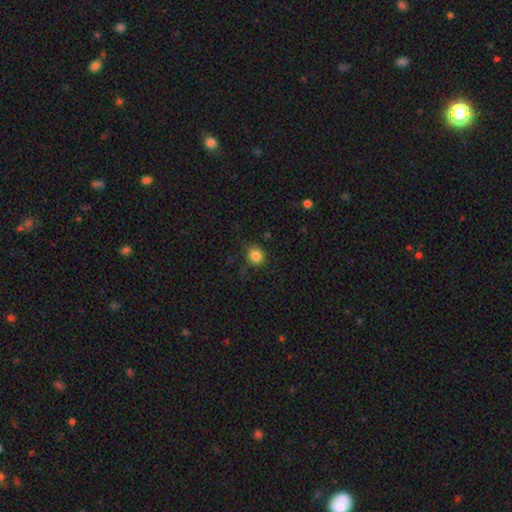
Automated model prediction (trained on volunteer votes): Q: Smooth or featured?
A: smooth (84%); runner-up: star or artifact (11%)
Q: How rounded?
A: round (80%); runner-up: in between (19%)
Q: Merging?
A: none (79%); runner-up: minor disturbance (15%)